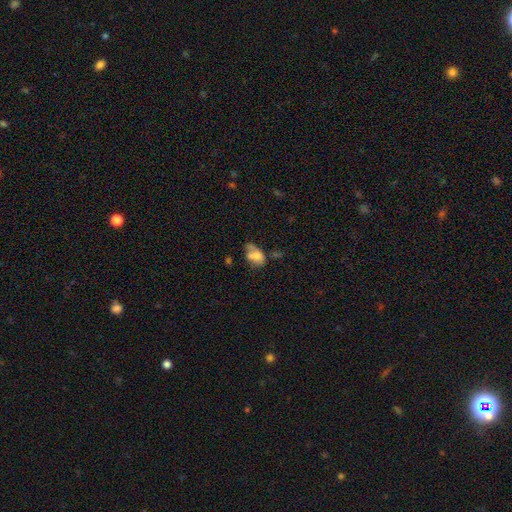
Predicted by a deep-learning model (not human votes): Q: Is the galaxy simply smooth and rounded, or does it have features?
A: smooth — 64%.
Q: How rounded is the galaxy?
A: in between — 84%.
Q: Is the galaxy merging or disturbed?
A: none — 28%.